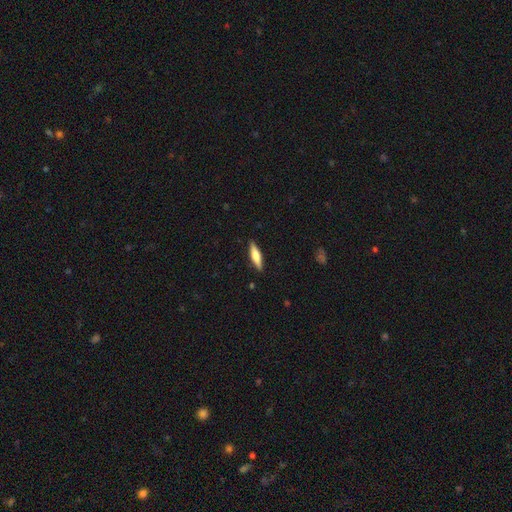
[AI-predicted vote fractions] smooth-or-featured: smooth: 62% | featured or disk: 32% | star or artifact: 6%
  how-rounded: cigar-shaped: 70% | in between: 28% | round: 2%
  merging: none: 89% | minor disturbance: 8% | major disturbance: 2% | merger: 1%